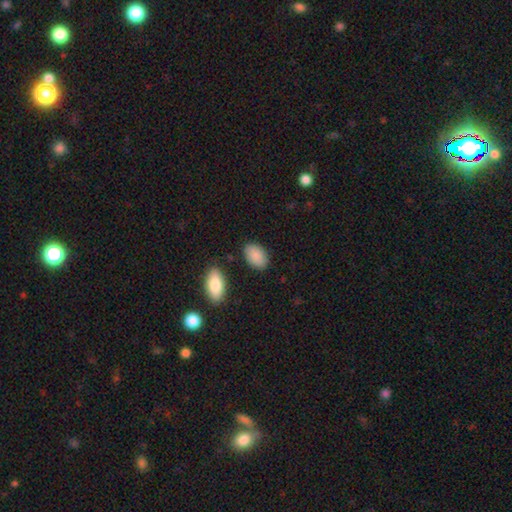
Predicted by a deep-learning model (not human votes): smooth 90%, star or artifact 6%, featured or disk 4%. Down the decision tree: how rounded — in between (91%); merging — none (83%).